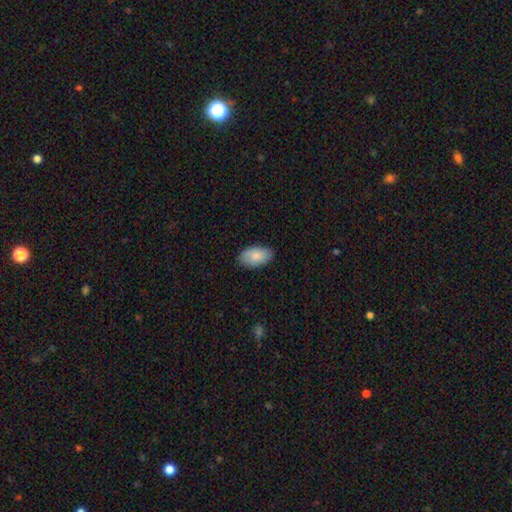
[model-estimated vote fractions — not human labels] smooth-or-featured: smooth: 86% | featured or disk: 9% | star or artifact: 6%
  how-rounded: in between: 95% | round: 4% | cigar-shaped: 2%
  merging: none: 85% | minor disturbance: 12% | major disturbance: 2% | merger: 1%